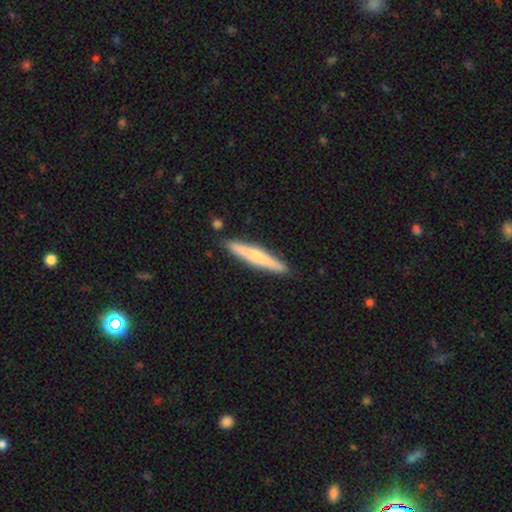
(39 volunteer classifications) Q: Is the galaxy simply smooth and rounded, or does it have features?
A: featured or disk — 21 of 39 (54%).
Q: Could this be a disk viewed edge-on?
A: yes — 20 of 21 (95%).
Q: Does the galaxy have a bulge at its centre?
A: rounded — 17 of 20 (85%).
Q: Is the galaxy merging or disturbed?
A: none — 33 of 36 (92%).